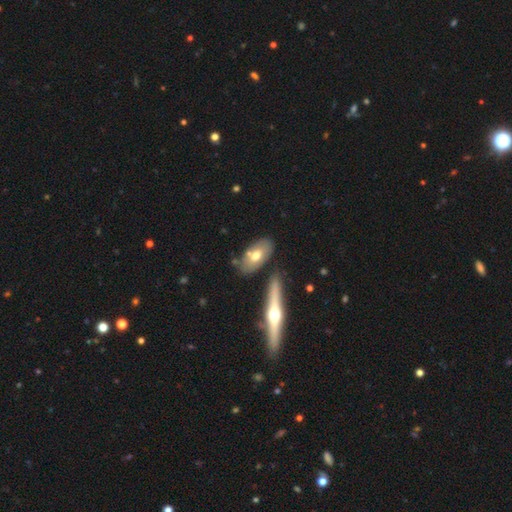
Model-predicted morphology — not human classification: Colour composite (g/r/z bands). It shows a smooth galaxy with no disk features (60%) that is in between round and cigar-shaped (88%). Merging: none (65%).